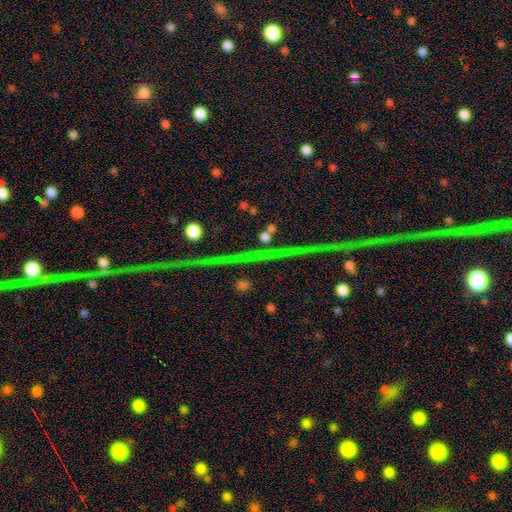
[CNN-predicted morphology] A star or artifact, not a galaxy (81%).